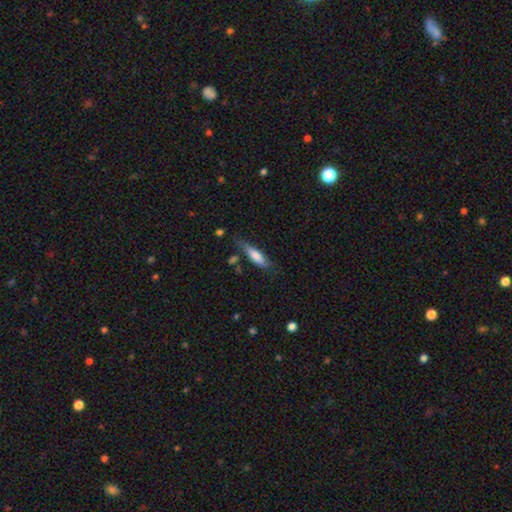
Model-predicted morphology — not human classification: The model was most divided on "how rounded": cigar-shaped: 65%, in between: 33%, round: 2%. More confident: smooth or featured — smooth (69%); merging — none (62%).